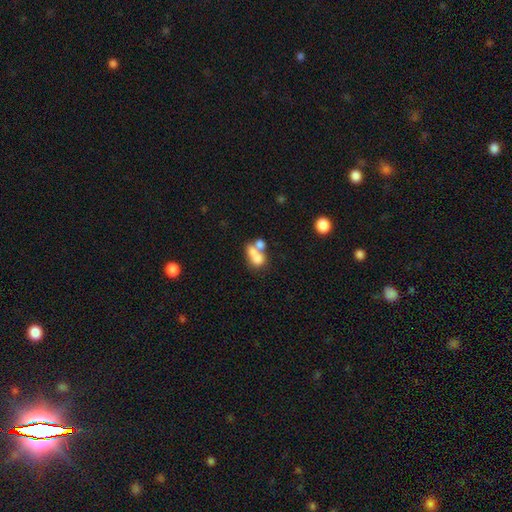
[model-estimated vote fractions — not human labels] Smooth or featured?
  - smooth: 65% *
  - featured or disk: 24%
  - star or artifact: 11%
How rounded?
  - in between: 70% *
  - round: 26%
  - cigar-shaped: 5%
Merging?
  - merger: 62% *
  - none: 22%
  - minor disturbance: 8%
  - major disturbance: 8%